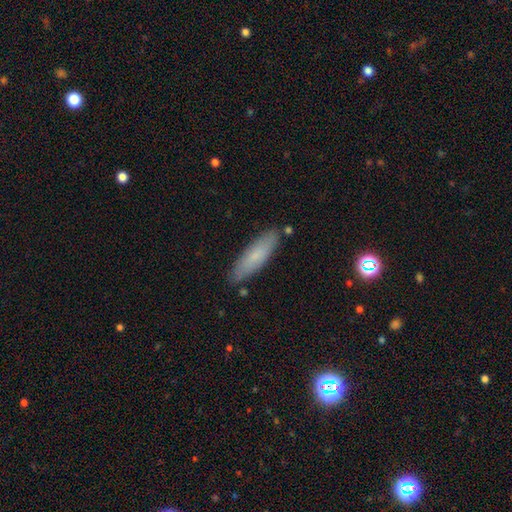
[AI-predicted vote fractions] The model was most divided on "how rounded": cigar-shaped: 62%, in between: 37%, round: 2%. More confident: merging — none (84%); smooth or featured — smooth (72%).